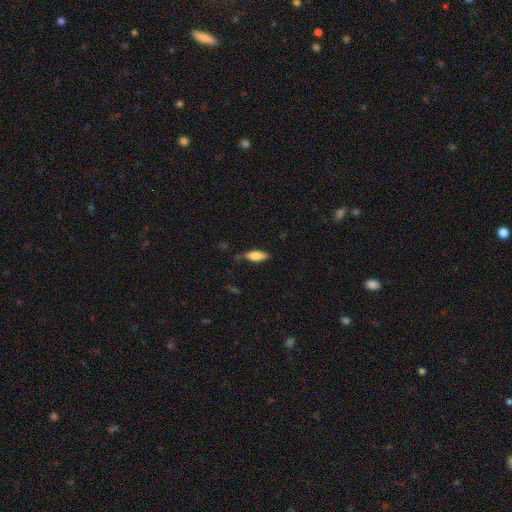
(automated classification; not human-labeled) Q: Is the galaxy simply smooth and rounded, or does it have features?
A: smooth — 81%.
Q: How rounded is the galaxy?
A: in between — 68%.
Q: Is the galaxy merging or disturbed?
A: none — 63%.